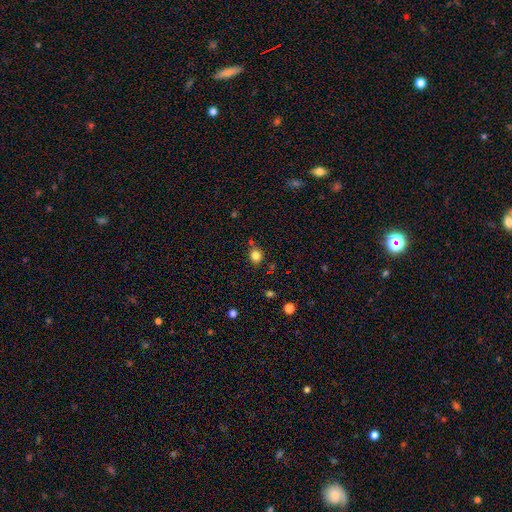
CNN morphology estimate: Smooth or featured?
  - smooth: 82% *
  - star or artifact: 13%
  - featured or disk: 5%
How rounded?
  - round: 80% *
  - in between: 19%
  - cigar-shaped: 1%
Merging?
  - none: 77% *
  - minor disturbance: 13%
  - merger: 7%
  - major disturbance: 3%